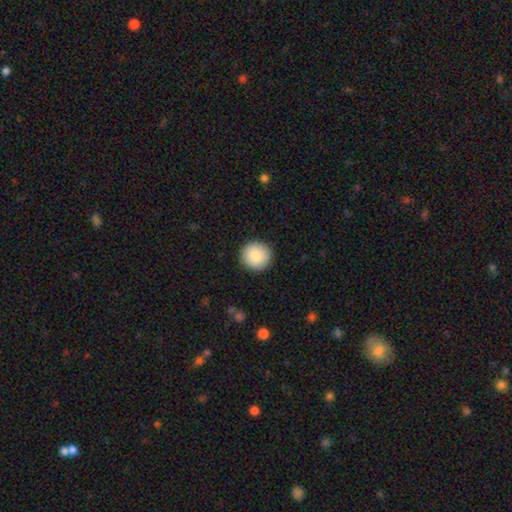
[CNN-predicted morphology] Smooth or featured: smooth — 87% (star or artifact — 7%)
How rounded: round — 95% (in between — 4%)
Merging: none — 92% (minor disturbance — 6%)